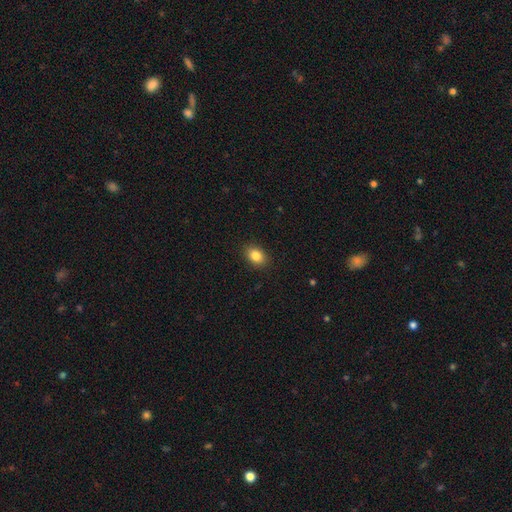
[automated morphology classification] Overall: smooth (85%). How rounded: in between (72%). Merging: none (89%).